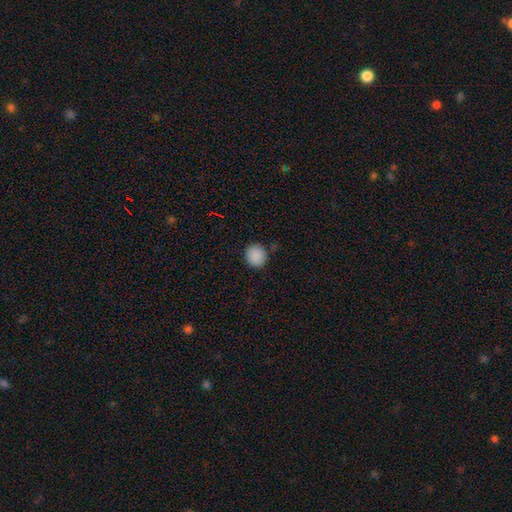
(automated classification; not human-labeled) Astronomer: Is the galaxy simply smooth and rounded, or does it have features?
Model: smooth — 88%.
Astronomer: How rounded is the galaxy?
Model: round — 86%.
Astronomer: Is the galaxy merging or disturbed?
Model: none — 88%.